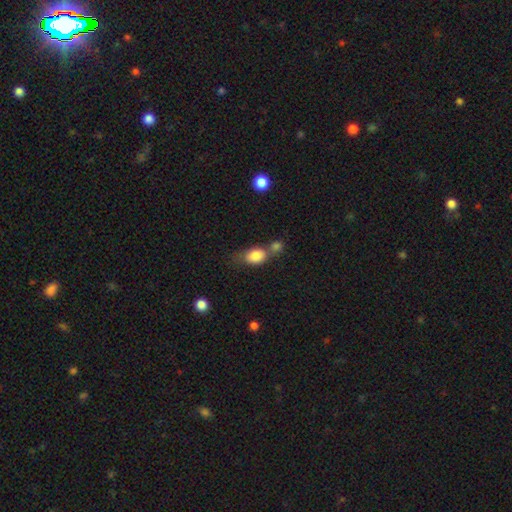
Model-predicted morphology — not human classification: Smooth or featured? Predicted: smooth (p=0.83). How rounded? Predicted: in between (p=0.74). Merging? Predicted: merger (p=0.48).